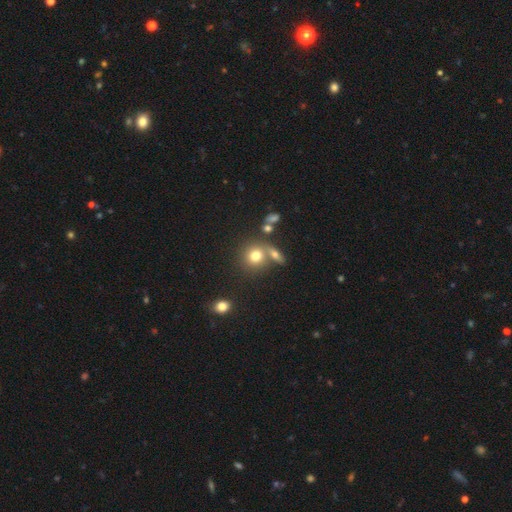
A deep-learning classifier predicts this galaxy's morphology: This appears to be a smooth galaxy with no disk features (74%) that is round (81%). Merging: none (56%).